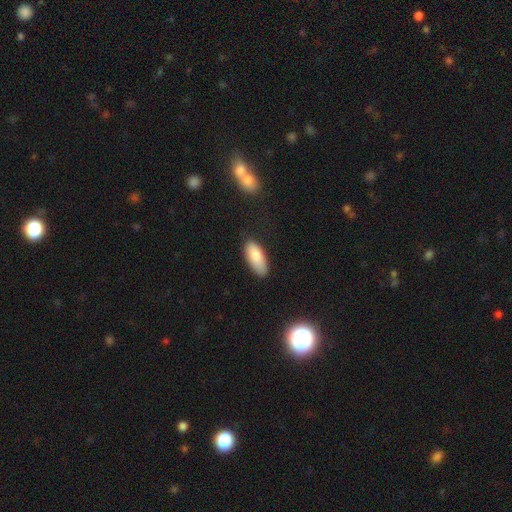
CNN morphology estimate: type=smooth (86%); roundness=in between (82%); merging=none (78%).